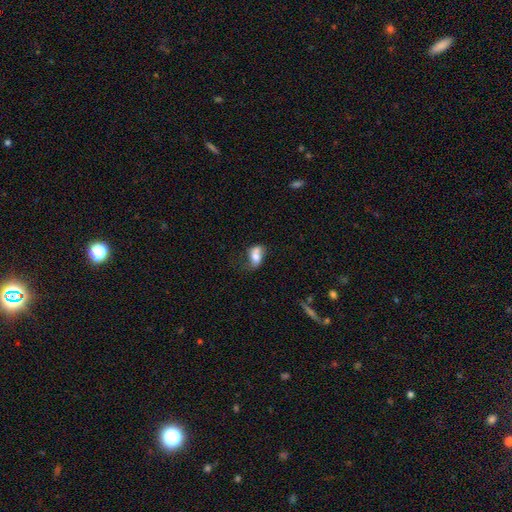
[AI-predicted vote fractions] Q: Smooth or featured?
A: smooth (59%); runner-up: featured or disk (32%)
Q: How rounded?
A: in between (80%); runner-up: round (17%)
Q: Merging?
A: merger (31%); runner-up: none (29%)